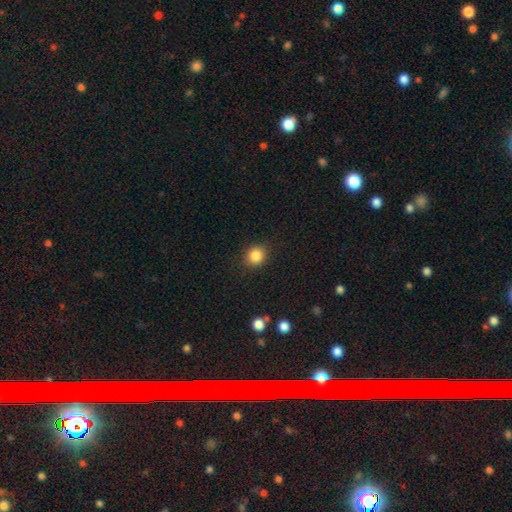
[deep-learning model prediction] A smooth galaxy with no disk features (85%) that is round (80%). Merging: none (88%).